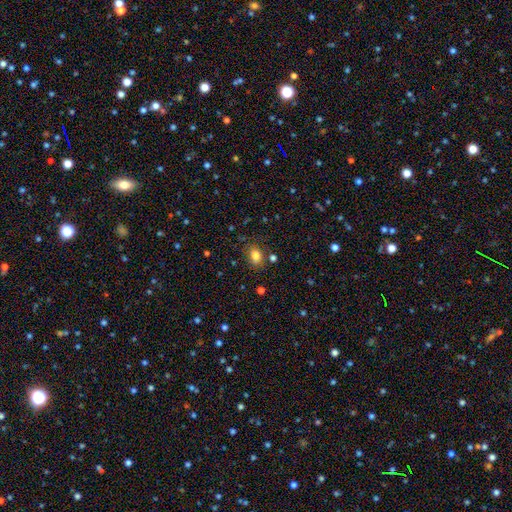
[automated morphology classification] A smooth galaxy with no disk features (80%) that is in between round and cigar-shaped (69%). Merging: none (75%).